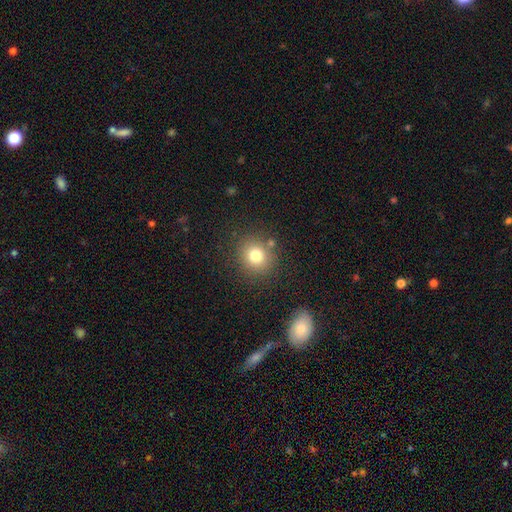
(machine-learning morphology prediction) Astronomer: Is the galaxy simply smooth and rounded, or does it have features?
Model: smooth — 77%.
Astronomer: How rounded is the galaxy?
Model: round — 88%.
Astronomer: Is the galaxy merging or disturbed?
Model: none — 83%.